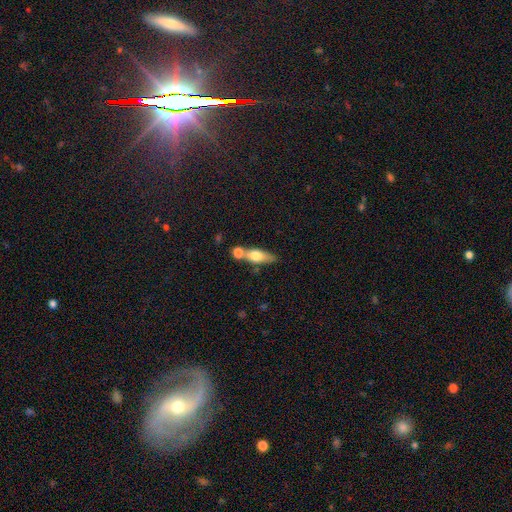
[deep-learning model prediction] This is likely a smooth galaxy (63%). How rounded: possibly in between (53%). Merging: marginally none (44%).